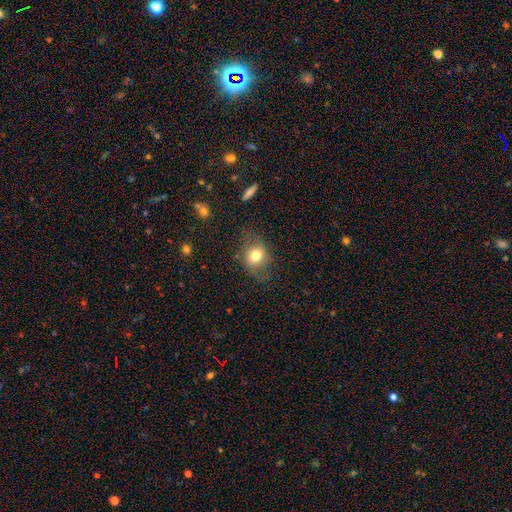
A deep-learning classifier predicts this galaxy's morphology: type=smooth (72%); roundness=round (52%); merging=none (64%).